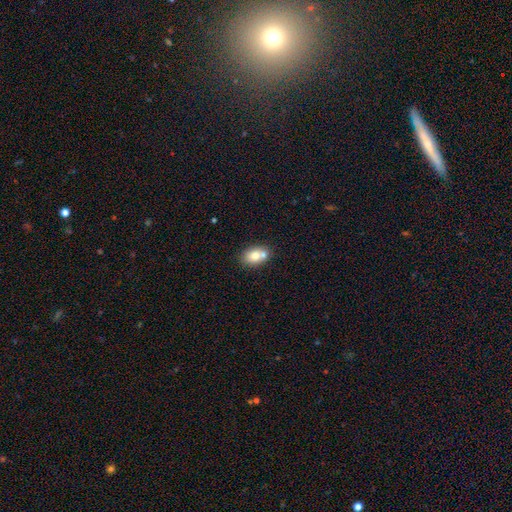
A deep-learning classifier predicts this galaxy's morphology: This appears to be a smooth galaxy with no disk features (73%) that is in between round and cigar-shaped (77%). Merging: none (54%).